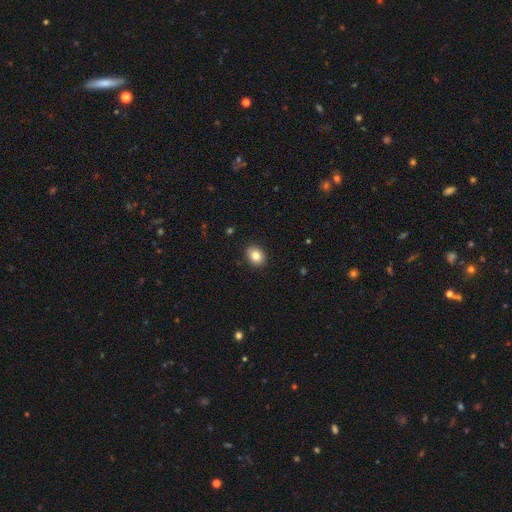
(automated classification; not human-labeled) smooth_or_featured: smooth (p=0.84) [alt: star or artifact p=0.09]
how_rounded: in between (p=0.51) [alt: round p=0.48]
merging: none (p=0.88) [alt: minor disturbance p=0.09]